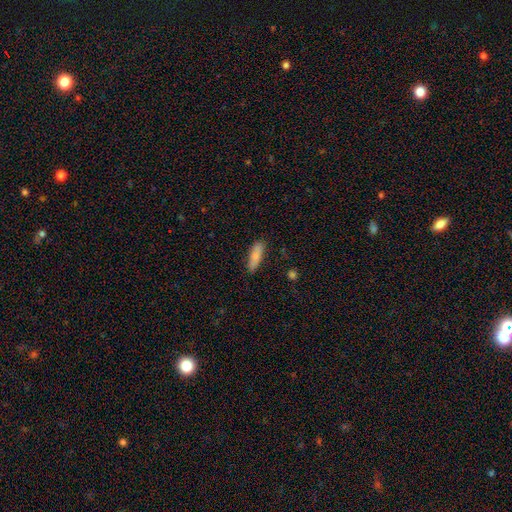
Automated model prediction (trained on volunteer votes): Smooth or featured? Predicted: smooth (p=0.83). How rounded? Predicted: cigar-shaped (p=0.54). Merging? Predicted: none (p=0.84).